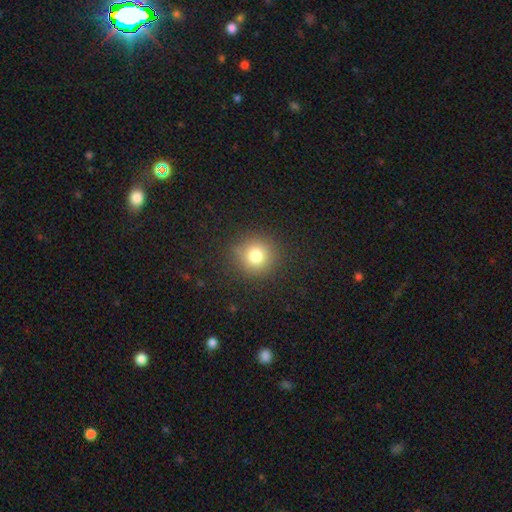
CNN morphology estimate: smooth_or_featured: smooth (p=0.78) [alt: star or artifact p=0.14]
how_rounded: round (p=0.92) [alt: in between p=0.07]
merging: none (p=0.88) [alt: minor disturbance p=0.08]